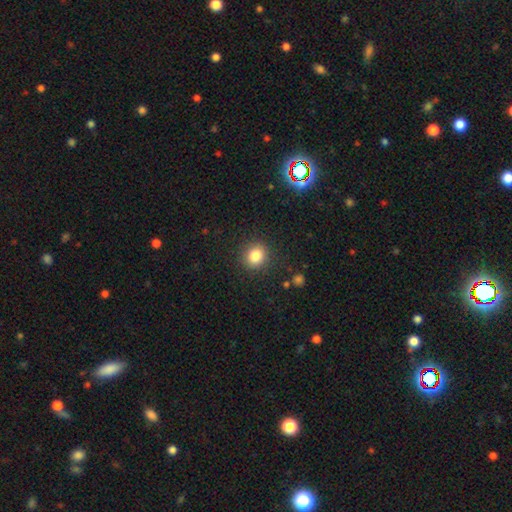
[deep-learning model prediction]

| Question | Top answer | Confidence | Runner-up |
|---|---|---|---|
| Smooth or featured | smooth | 83% | star or artifact (11%) |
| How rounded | round | 82% | in between (17%) |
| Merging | none | 88% | minor disturbance (8%) |